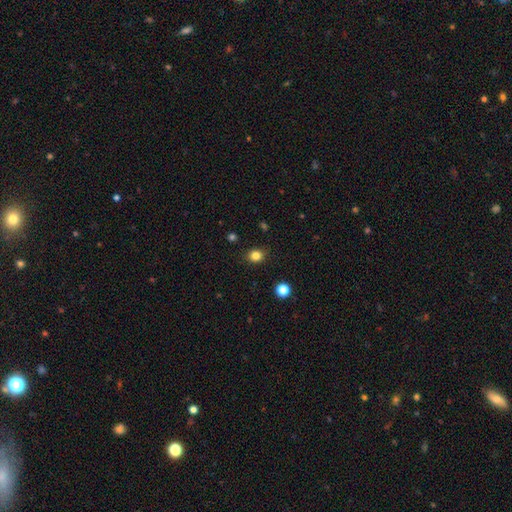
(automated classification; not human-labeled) Overall: smooth (83%). How rounded: round (70%). Merging: none (88%).